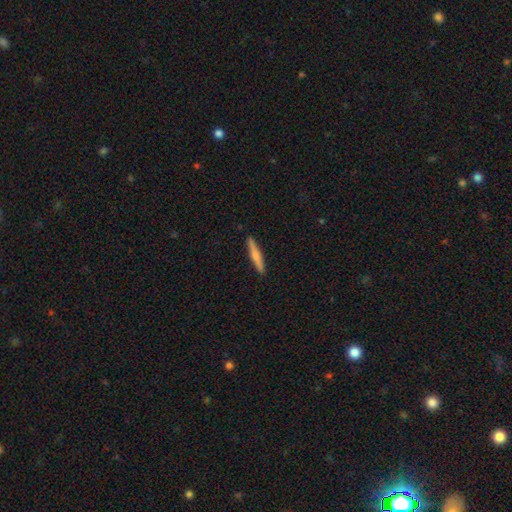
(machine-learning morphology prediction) smooth 58%, featured or disk 36%, star or artifact 6%. Down the decision tree: how rounded — cigar-shaped (93%); merging — none (91%).